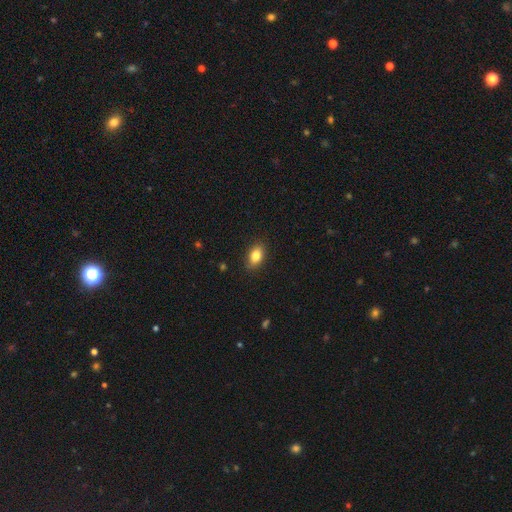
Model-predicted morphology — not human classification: The model was most divided on "how rounded": in between: 85%, round: 13%, cigar-shaped: 2%. More confident: merging — none (86%); smooth or featured — smooth (84%).